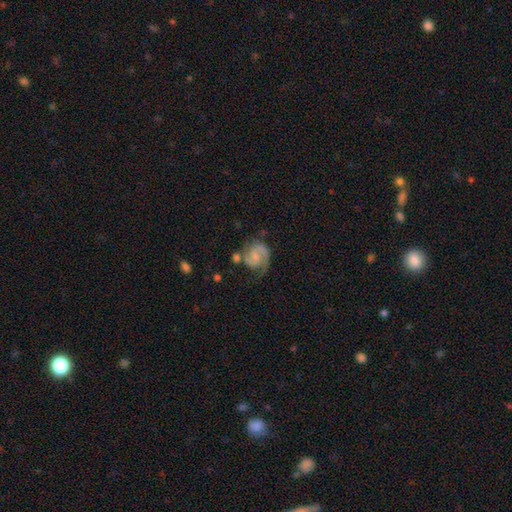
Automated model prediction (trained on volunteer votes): A featured or disk galaxy (83%) with no bar (46%), 2 (82%) medium (49%) spiral arms (96%) and a small central bulge (36%).

Vote fractions:
- Smooth or featured? featured or disk: 83% / smooth: 11% / star or artifact: 6%
- Edge-on disk? no: 98% / yes: 2%
- Bar? no: 46% / weak: 44% / strong: 10%
- Spiral arms? yes: 96% / no: 4%
- Spiral winding? medium: 49% / tight: 38% / loose: 14%
- Spiral arm count? 2: 82% / 1: 8% / can't tell: 5% / 3: 3% / 4: 1% / more than 4: 1%
- Bulge size? small: 36% / none: 35% / moderate: 24% / large: 4% / dominant: 1%
- Merging? none: 57% / minor disturbance: 21% / major disturbance: 13% / merger: 9%